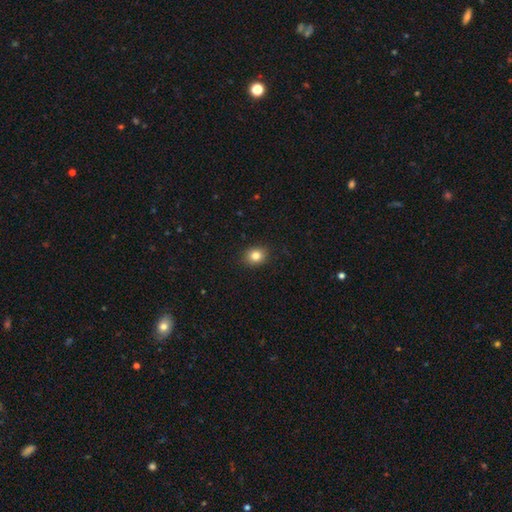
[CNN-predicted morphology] type=smooth (83%); roundness=round (60%); merging=none (90%).